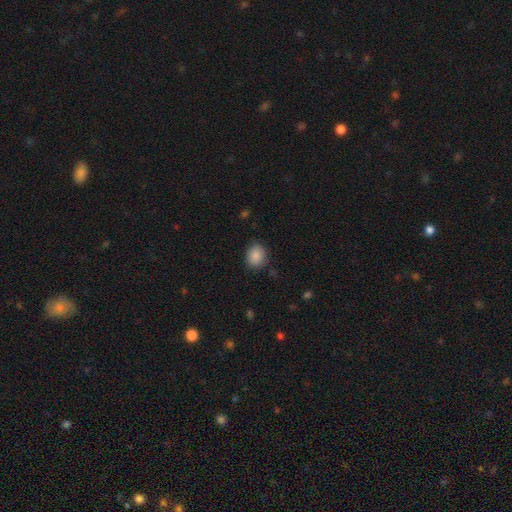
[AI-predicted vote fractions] Q: Smooth or featured?
A: smooth (88%); runner-up: star or artifact (8%)
Q: How rounded?
A: round (57%); runner-up: in between (42%)
Q: Merging?
A: none (82%); runner-up: minor disturbance (14%)